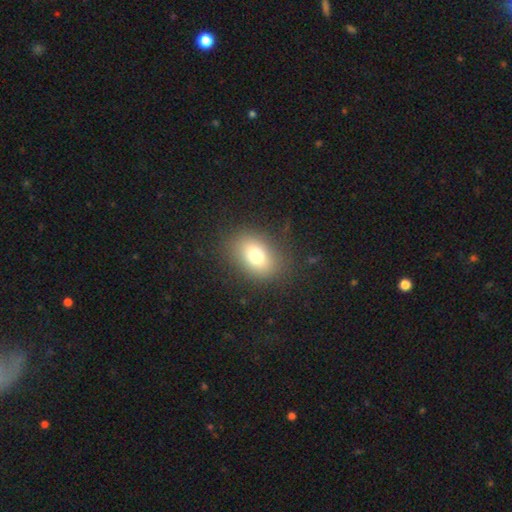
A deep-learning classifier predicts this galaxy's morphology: This appears to be a smooth galaxy with no disk features (73%) that is in between round and cigar-shaped (66%). Merging: none (82%).